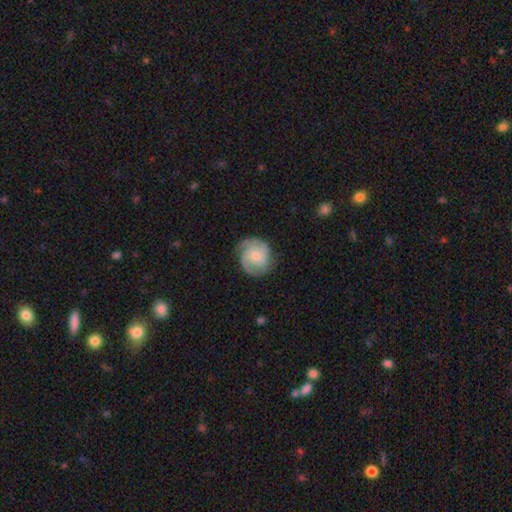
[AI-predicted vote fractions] Q: Smooth or featured?
A: featured or disk (73%); runner-up: smooth (21%)
Q: Edge-on disk?
A: no (98%); runner-up: yes (2%)
Q: Bar?
A: no (68%); runner-up: weak (29%)
Q: Spiral arms?
A: yes (95%); runner-up: no (5%)
Q: Spiral winding?
A: tight (51%); runner-up: medium (38%)
Q: Spiral arm count?
A: 2 (40%); runner-up: 3 (27%)
Q: Bulge size?
A: small (46%); runner-up: moderate (41%)
Q: Merging?
A: none (72%); runner-up: minor disturbance (19%)